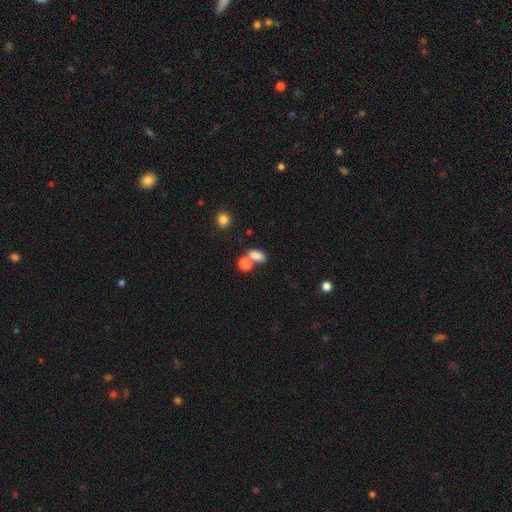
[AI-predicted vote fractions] Smooth or featured?
  - smooth: 81% *
  - star or artifact: 12%
  - featured or disk: 7%
How rounded?
  - in between: 79% *
  - round: 17%
  - cigar-shaped: 3%
Merging?
  - none: 46% *
  - merger: 37%
  - minor disturbance: 11%
  - major disturbance: 6%